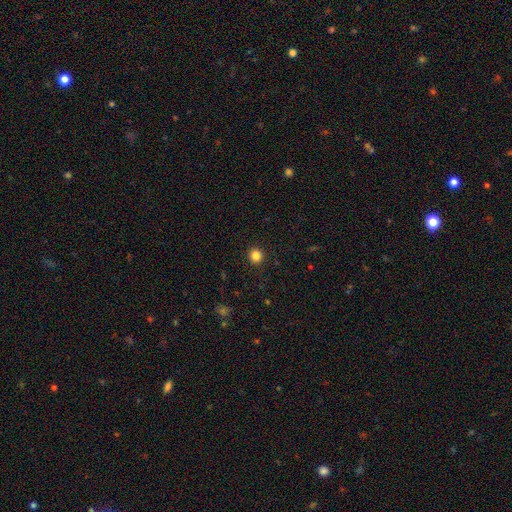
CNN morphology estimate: A smooth galaxy with no disk features (84%) that is round (91%). Merging: none (92%).